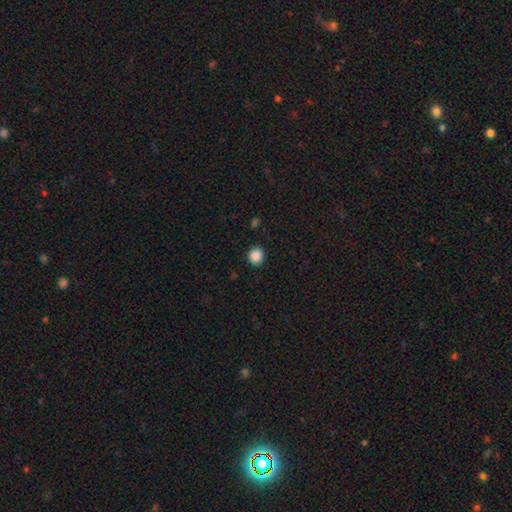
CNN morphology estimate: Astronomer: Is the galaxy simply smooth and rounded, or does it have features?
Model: smooth — 88%.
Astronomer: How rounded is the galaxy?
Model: round — 91%.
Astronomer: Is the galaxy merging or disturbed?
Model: none — 91%.